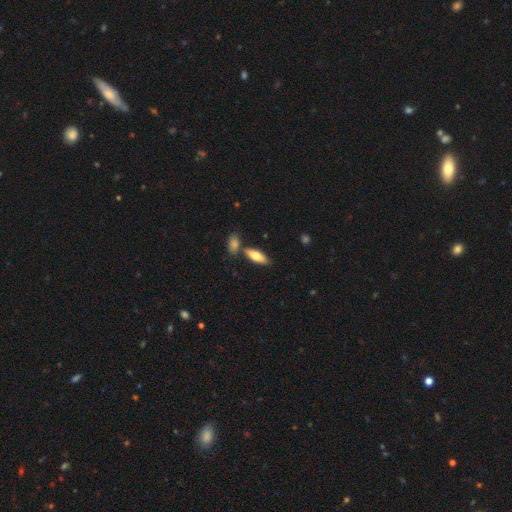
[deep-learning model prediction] The model was most divided on "how rounded": in between: 68%, cigar-shaped: 29%, round: 2%. More confident: smooth or featured — smooth (73%); merging — none (69%).